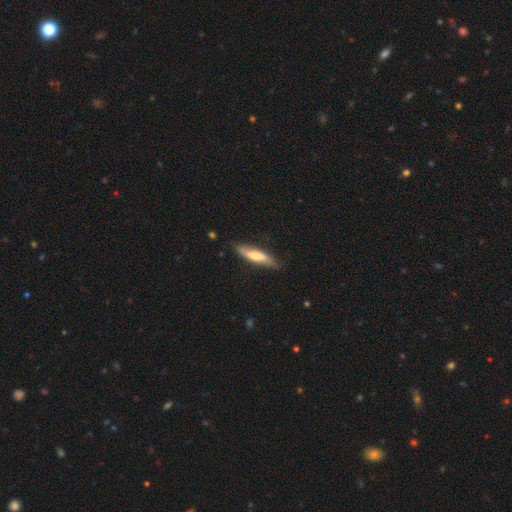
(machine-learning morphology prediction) A smooth galaxy with no disk features (55%) that is cigar-shaped (76%). Merging: none (78%).